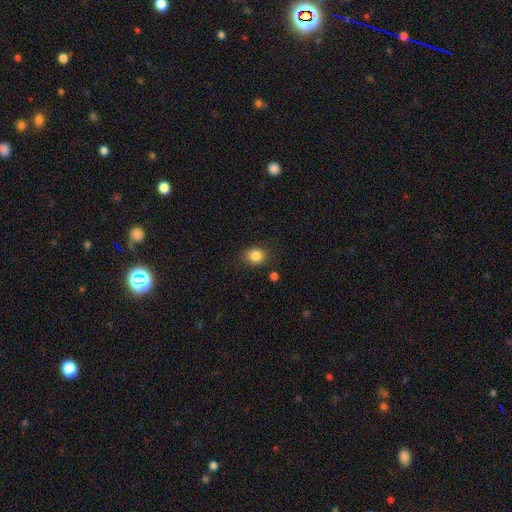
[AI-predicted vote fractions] A smooth galaxy with no disk features (85%) that is round (65%).

Vote fractions:
- Smooth or featured? smooth: 85% / star or artifact: 10% / featured or disk: 5%
- How rounded? round: 65% / in between: 34% / cigar-shaped: 1%
- Merging? none: 82% / minor disturbance: 12% / major disturbance: 3% / merger: 3%